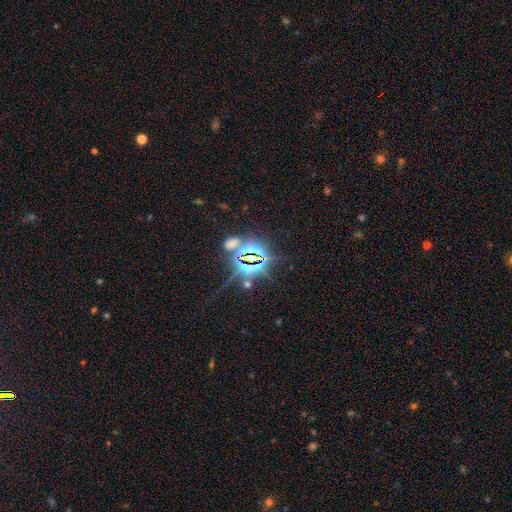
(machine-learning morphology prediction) type=star or artifact (84%).